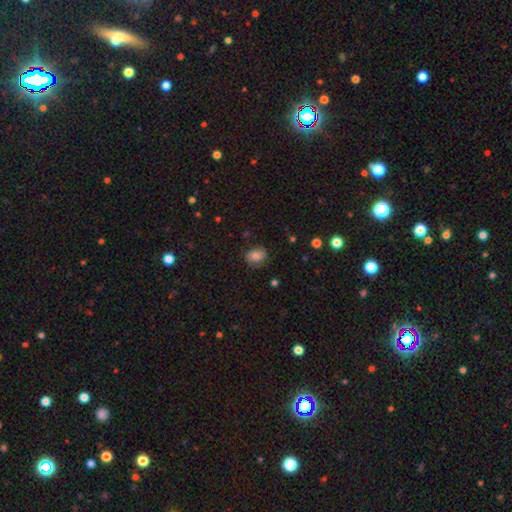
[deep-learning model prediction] smooth-or-featured: smooth: 75% | featured or disk: 15% | star or artifact: 10%
  how-rounded: in between: 53% | round: 46% | cigar-shaped: 1%
  merging: none: 76% | minor disturbance: 18% | major disturbance: 5% | merger: 1%